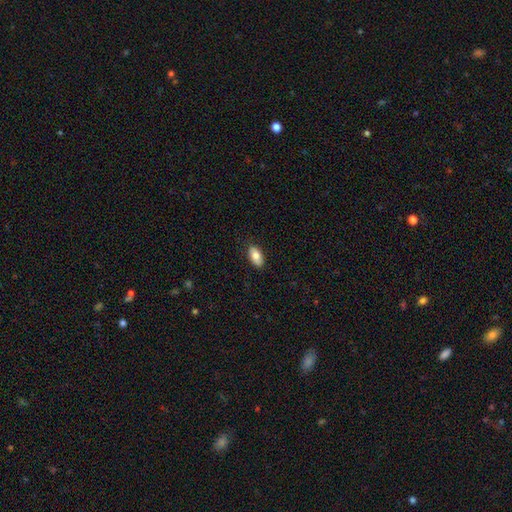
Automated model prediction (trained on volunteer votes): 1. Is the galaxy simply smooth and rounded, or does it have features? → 79% smooth, 14% featured or disk, 7% star or artifact.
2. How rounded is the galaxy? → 93% in between, 4% cigar-shaped, 3% round.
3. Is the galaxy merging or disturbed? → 86% none, 11% minor disturbance, 2% major disturbance, 1% merger.